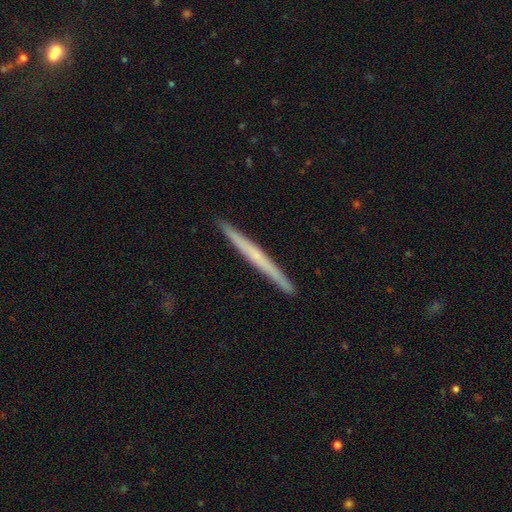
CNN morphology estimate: featured or disk 55%, smooth 39%, star or artifact 6%. Down the decision tree: edge-on disk — yes (98%); edge-on bulge — none (79%); merging — none (93%).